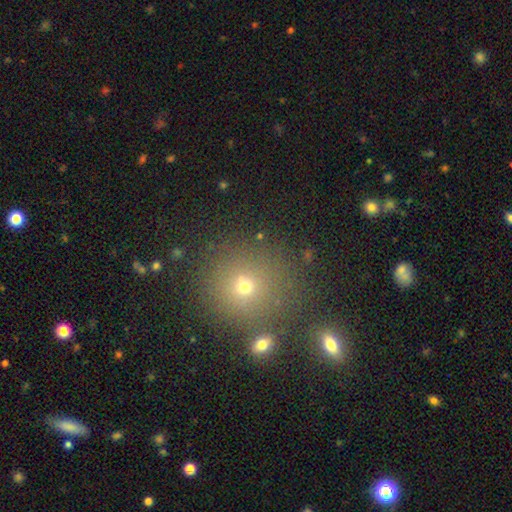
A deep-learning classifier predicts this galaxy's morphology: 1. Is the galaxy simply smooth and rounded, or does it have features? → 55% smooth, 36% star or artifact, 9% featured or disk.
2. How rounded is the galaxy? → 92% round, 7% in between, 1% cigar-shaped.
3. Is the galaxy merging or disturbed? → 85% none, 7% minor disturbance, 5% merger, 3% major disturbance.